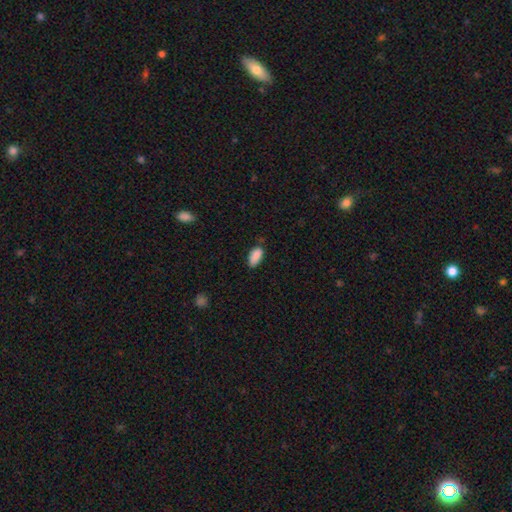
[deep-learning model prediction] Smooth or featured? smooth (88%)
How rounded? in between (92%)
Merging? none (71%)